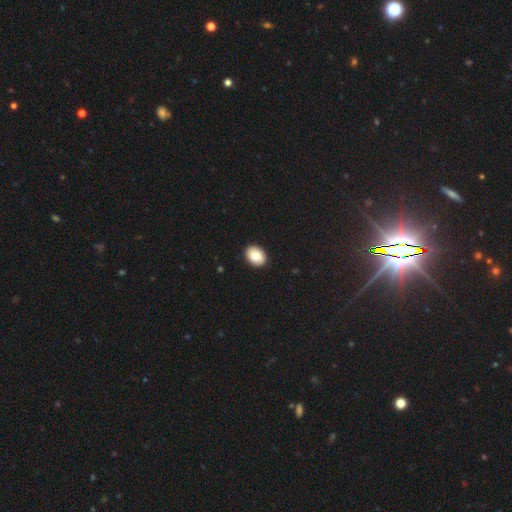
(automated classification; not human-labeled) smooth_or_featured: smooth (p=0.83) [alt: featured or disk p=0.09]
how_rounded: in between (p=0.76) [alt: round p=0.23]
merging: none (p=0.91) [alt: minor disturbance p=0.07]